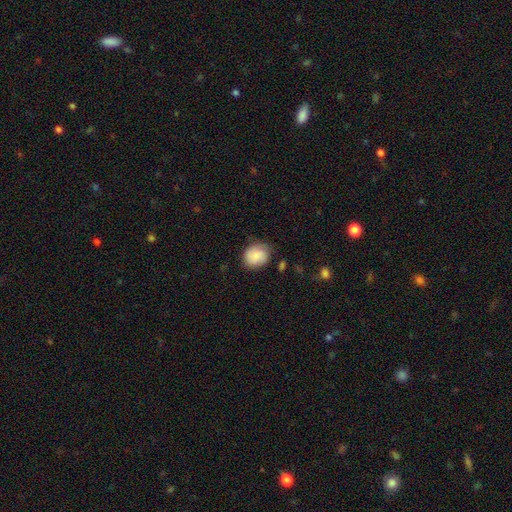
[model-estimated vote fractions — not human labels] This appears to be a smooth galaxy with no disk features (80%) that is round (57%). Merging: none (70%).